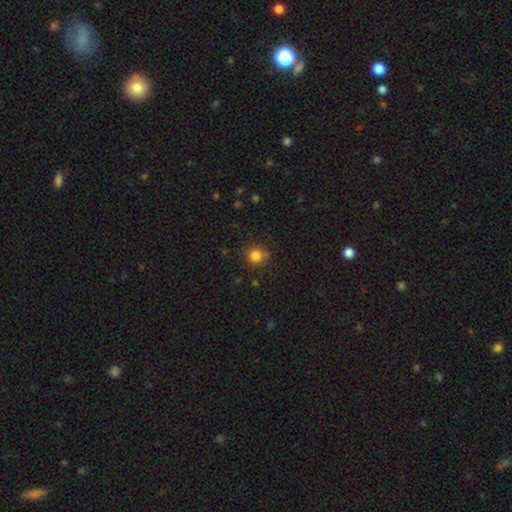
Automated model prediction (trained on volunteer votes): Overall: smooth (82%). How rounded: round (88%). Merging: none (78%).